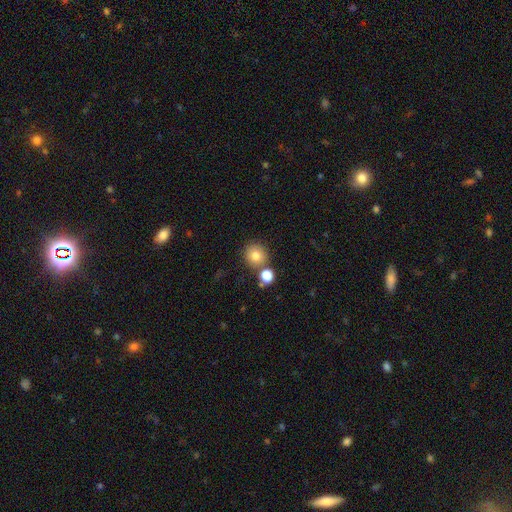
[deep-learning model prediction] Smooth or featured?
  - smooth: 79% *
  - star or artifact: 12%
  - featured or disk: 8%
How rounded?
  - round: 89% *
  - in between: 10%
  - cigar-shaped: 1%
Merging?
  - none: 74% *
  - merger: 14%
  - minor disturbance: 8%
  - major disturbance: 3%